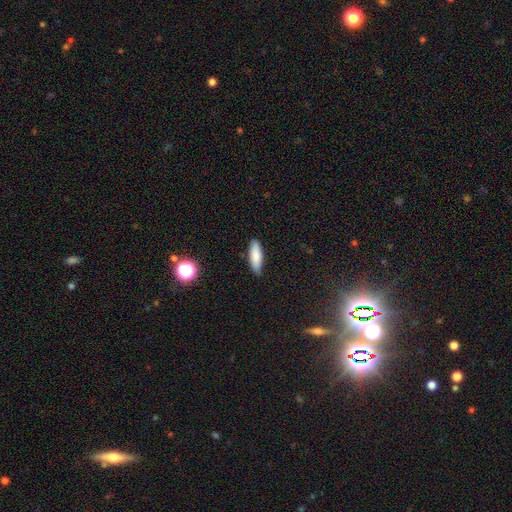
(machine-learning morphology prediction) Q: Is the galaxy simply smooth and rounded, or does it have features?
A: smooth — 85%.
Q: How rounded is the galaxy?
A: in between — 54%.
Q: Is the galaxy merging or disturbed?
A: none — 83%.